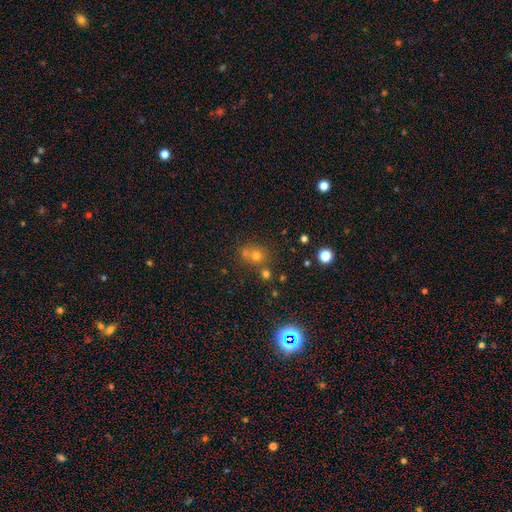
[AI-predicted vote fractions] Q: Smooth or featured?
A: smooth (56%); runner-up: star or artifact (31%)
Q: How rounded?
A: round (79%); runner-up: in between (19%)
Q: Merging?
A: none (55%); runner-up: merger (31%)